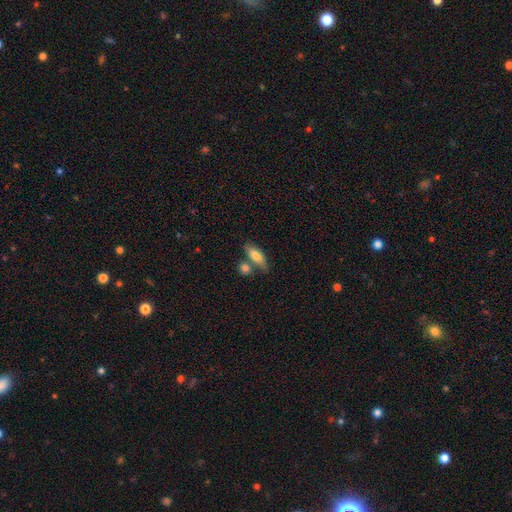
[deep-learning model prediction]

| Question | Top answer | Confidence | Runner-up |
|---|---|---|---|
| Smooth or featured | smooth | 76% | featured or disk (17%) |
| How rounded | in between | 67% | cigar-shaped (29%) |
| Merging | none | 57% | merger (25%) |